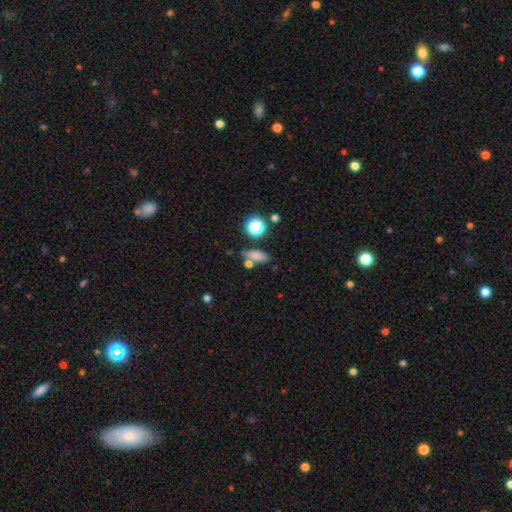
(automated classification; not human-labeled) A smooth galaxy with no disk features (75%) that is in between round and cigar-shaped (55%).

Vote fractions:
- Smooth or featured? smooth: 75% / star or artifact: 15% / featured or disk: 10%
- How rounded? in between: 55% / cigar-shaped: 32% / round: 13%
- Merging? none: 64% / merger: 16% / minor disturbance: 15% / major disturbance: 5%